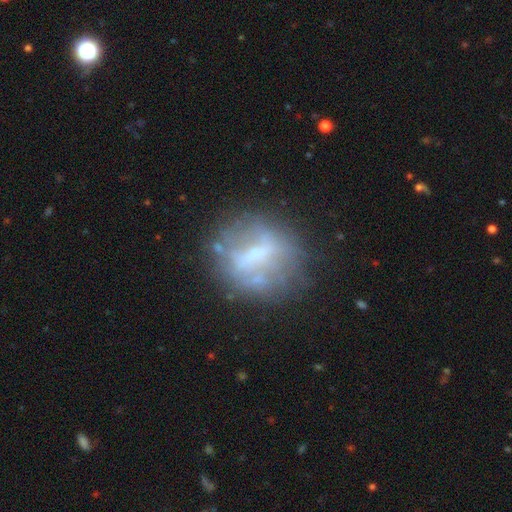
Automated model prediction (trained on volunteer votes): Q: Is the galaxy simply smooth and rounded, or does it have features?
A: featured or disk — 57%.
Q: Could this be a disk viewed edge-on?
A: no — 91%.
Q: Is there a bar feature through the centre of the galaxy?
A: strong — 35%, tied with weak.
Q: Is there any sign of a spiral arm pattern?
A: no — 81%.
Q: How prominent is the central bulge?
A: small — 47%.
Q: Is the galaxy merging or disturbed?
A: none — 62%.